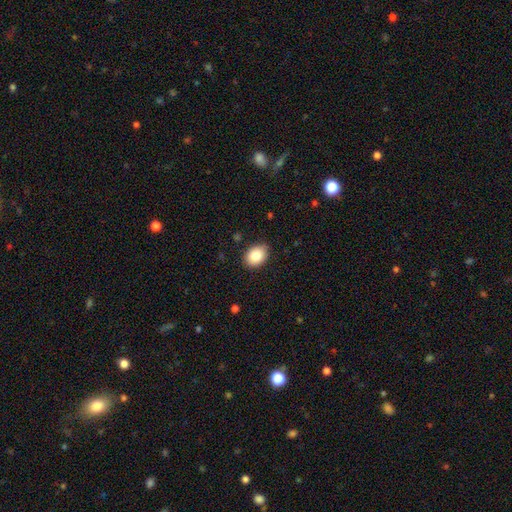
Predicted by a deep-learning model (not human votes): Smooth or featured: smooth — 87% (star or artifact — 8%)
How rounded: in between — 68% (round — 31%)
Merging: none — 86% (minor disturbance — 11%)